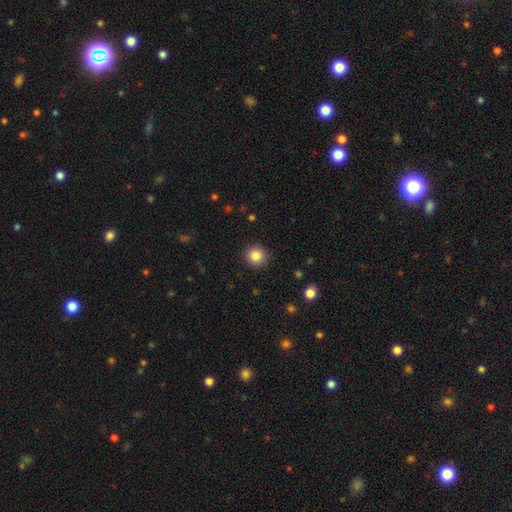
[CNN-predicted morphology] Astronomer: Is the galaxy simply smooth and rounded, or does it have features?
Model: smooth — 85%.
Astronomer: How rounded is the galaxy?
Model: round — 94%.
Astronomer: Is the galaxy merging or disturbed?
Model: none — 92%.